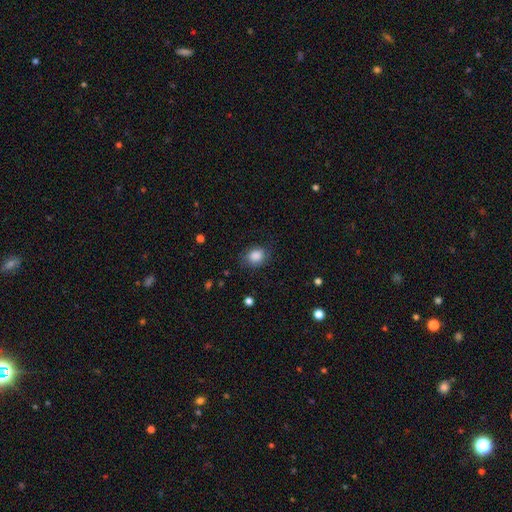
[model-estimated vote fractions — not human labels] smooth_or_featured: smooth (p=0.85) [alt: star or artifact p=0.08]
how_rounded: round (p=0.53) [alt: in between p=0.45]
merging: none (p=0.74) [alt: minor disturbance p=0.19]